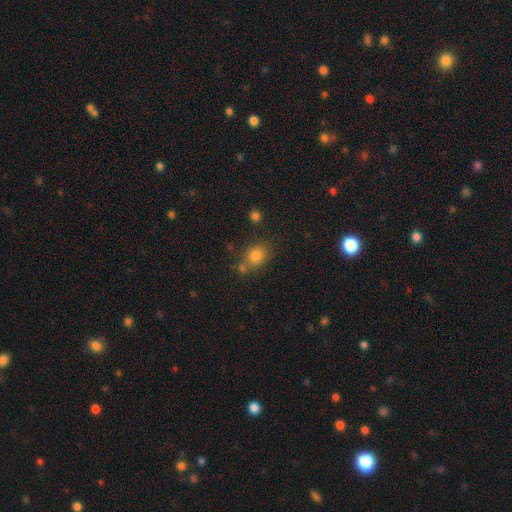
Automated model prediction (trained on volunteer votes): A smooth galaxy with no disk features (81%) that is round (56%). Merging: none (64%).